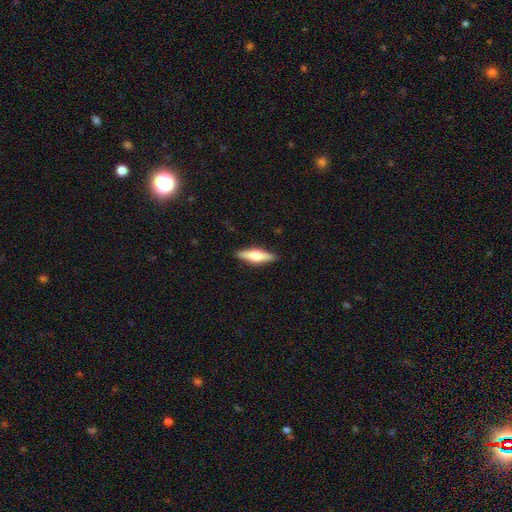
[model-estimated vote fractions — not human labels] This is possibly a featured or disk galaxy (48%). Merging: clearly none (89%).